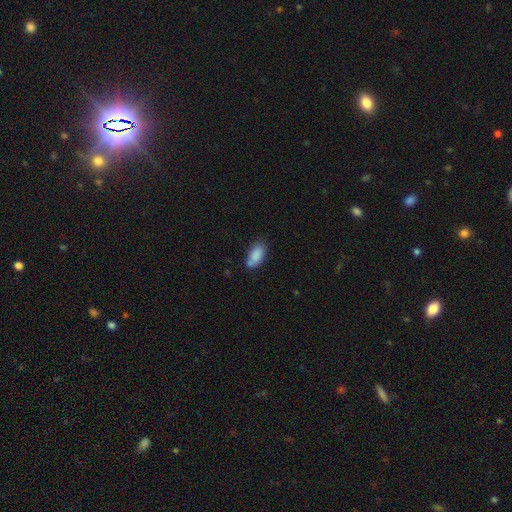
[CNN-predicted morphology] The model was most divided on "merging": none: 62%, minor disturbance: 22%, merger: 11%, major disturbance: 5%. More confident: how rounded — in between (91%); smooth or featured — smooth (84%).